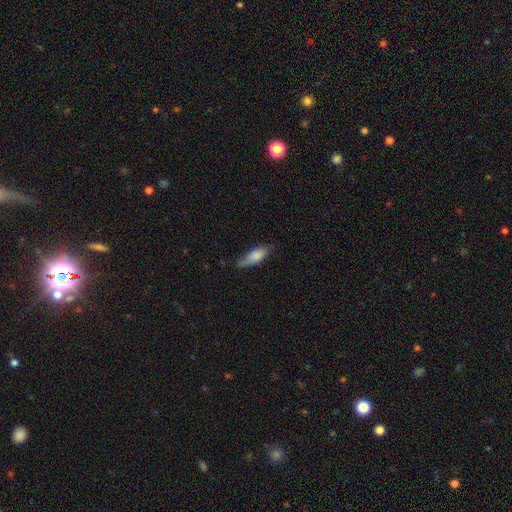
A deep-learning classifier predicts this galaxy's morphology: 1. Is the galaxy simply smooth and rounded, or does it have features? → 79% smooth, 14% featured or disk, 6% star or artifact.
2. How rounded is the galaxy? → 70% in between, 27% cigar-shaped, 2% round.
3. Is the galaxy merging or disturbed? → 54% none, 36% minor disturbance, 8% major disturbance, 2% merger.